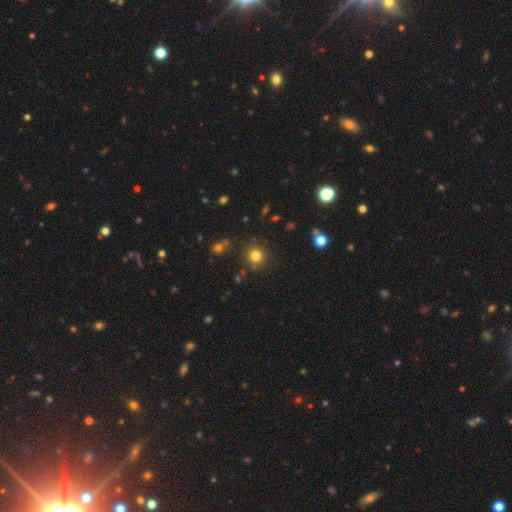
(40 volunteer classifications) Smooth or featured? smooth (78%)
How rounded? round (90%)
Merging? none (83%)